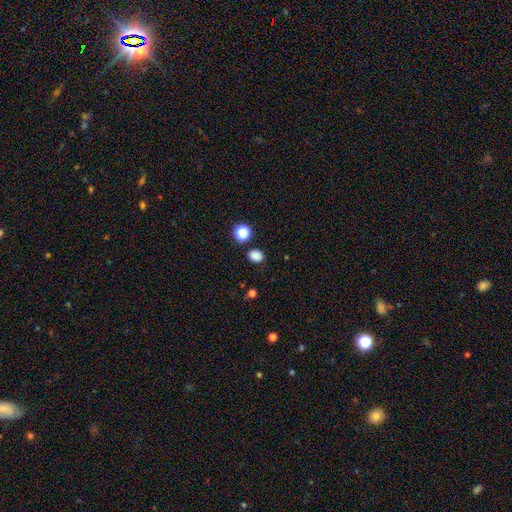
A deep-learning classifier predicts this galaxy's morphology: This is clearly a smooth galaxy (83%). How rounded: possibly round (55%). Merging: clearly none (83%).